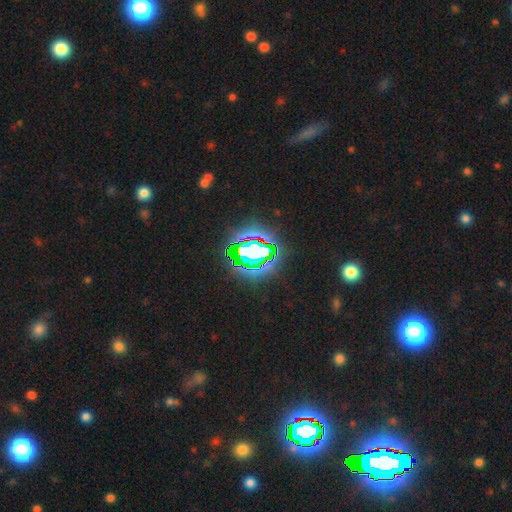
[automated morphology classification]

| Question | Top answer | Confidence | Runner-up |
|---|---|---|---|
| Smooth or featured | star or artifact | 73% | smooth (15%) |